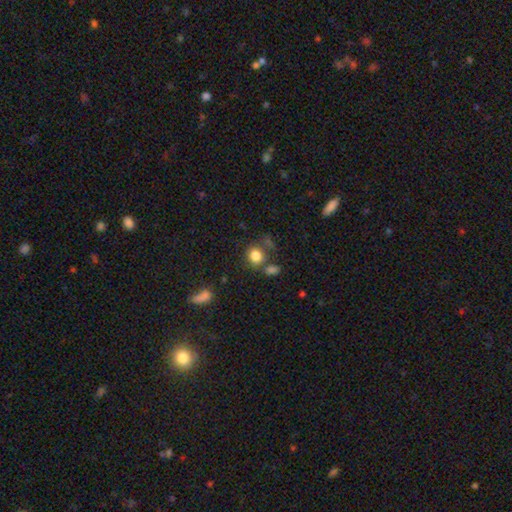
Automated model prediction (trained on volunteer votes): A smooth galaxy with no disk features (82%) that is round (73%). Merging: none (63%).